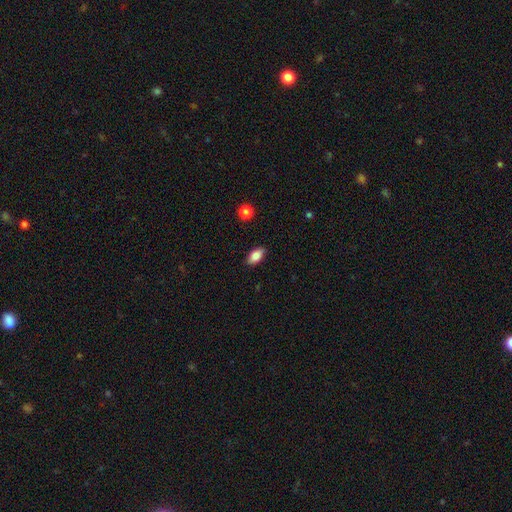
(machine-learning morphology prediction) A smooth galaxy with no disk features (82%) that is in between round and cigar-shaped (90%).

Vote fractions:
- Smooth or featured? smooth: 82% / featured or disk: 11% / star or artifact: 7%
- How rounded? in between: 90% / cigar-shaped: 6% / round: 4%
- Merging? none: 88% / minor disturbance: 9% / major disturbance: 2% / merger: 1%